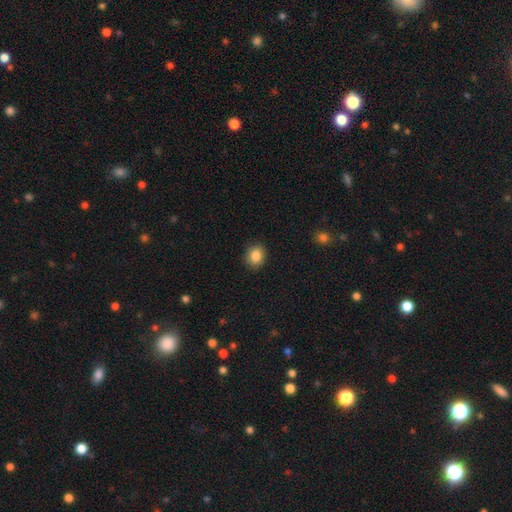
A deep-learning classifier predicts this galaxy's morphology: The model was most divided on "how rounded": round: 65%, in between: 34%, cigar-shaped: 1%. More confident: merging — none (88%); smooth or featured — smooth (85%).